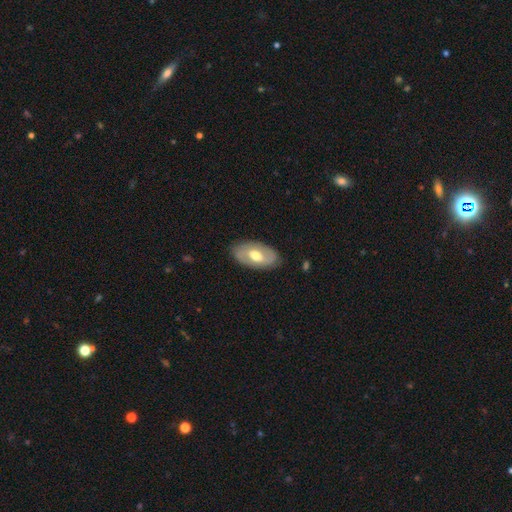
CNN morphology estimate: Q: Smooth or featured?
A: featured or disk (51%); runner-up: smooth (43%)
Q: Edge-on disk?
A: no (90%); runner-up: yes (10%)
Q: Merging?
A: none (82%); runner-up: minor disturbance (14%)